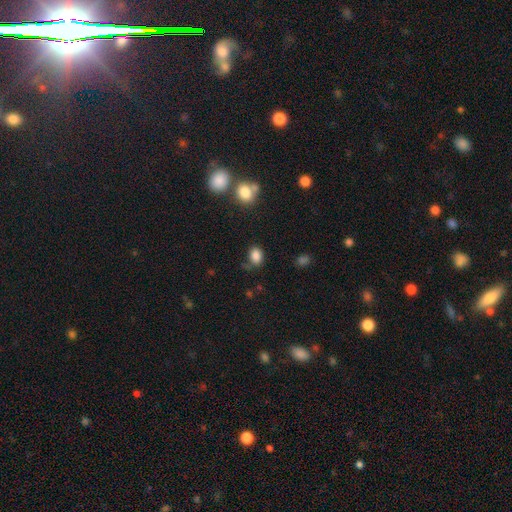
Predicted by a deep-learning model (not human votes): Smooth or featured: smooth — 84% (star or artifact — 11%)
How rounded: in between — 63% (round — 36%)
Merging: none — 66% (minor disturbance — 22%)